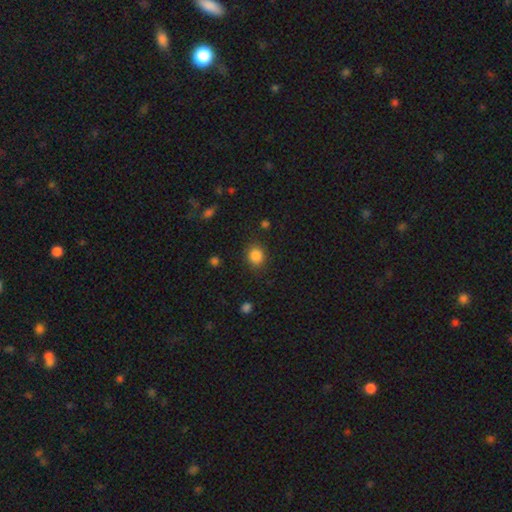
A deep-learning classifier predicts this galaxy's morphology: Smooth or featured?
  - smooth: 86% *
  - star or artifact: 11%
  - featured or disk: 4%
How rounded?
  - round: 78% *
  - in between: 22%
  - cigar-shaped: 1%
Merging?
  - none: 84% *
  - minor disturbance: 10%
  - major disturbance: 4%
  - merger: 2%